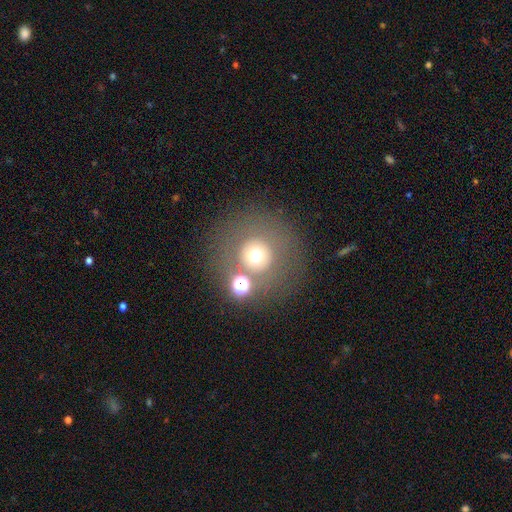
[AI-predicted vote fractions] Smooth or featured? smooth (63%)
How rounded? round (93%)
Merging? none (72%)